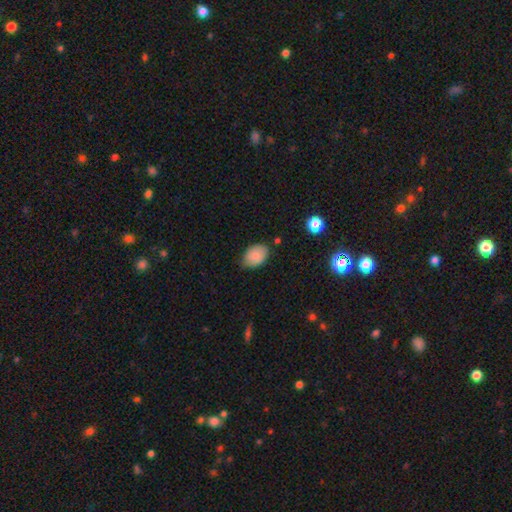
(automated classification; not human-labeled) Smooth or featured: smooth — 82% (featured or disk — 10%)
How rounded: in between — 82% (round — 17%)
Merging: none — 71% (minor disturbance — 23%)